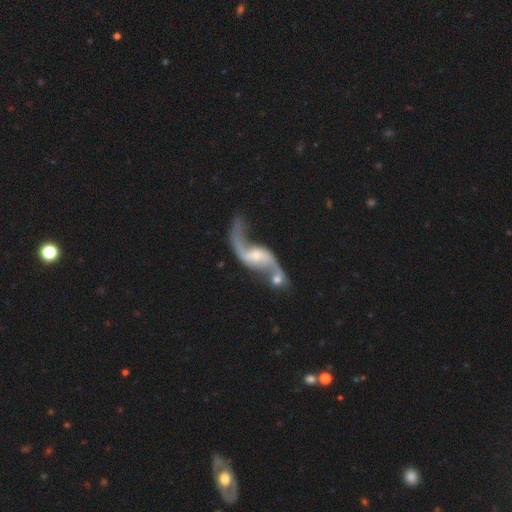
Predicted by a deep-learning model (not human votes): This is clearly a featured or disk galaxy (89%). It is clearly not viewed edge-on (94%). Bar: possibly no (45%). Spiral arm pattern: clearly yes (94%). Spiral arm count: clearly 2 (92%). Spiral winding: clearly loose (91%). Central bulge: possibly small (51%). Merging: marginally none (42%).